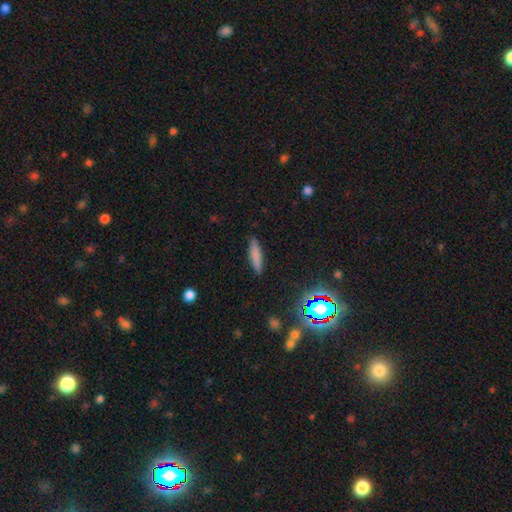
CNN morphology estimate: Smooth or featured?
  - smooth: 78% *
  - featured or disk: 12%
  - star or artifact: 10%
How rounded?
  - cigar-shaped: 79% *
  - in between: 20%
  - round: 2%
Merging?
  - none: 87% *
  - minor disturbance: 10%
  - major disturbance: 2%
  - merger: 1%